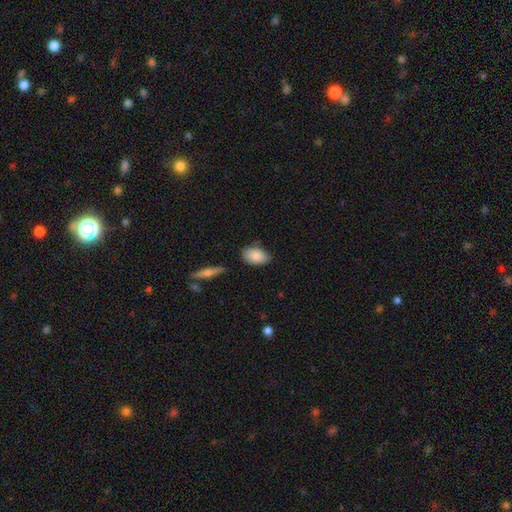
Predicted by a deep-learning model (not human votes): Q: Smooth or featured?
A: smooth (84%); runner-up: featured or disk (9%)
Q: How rounded?
A: in between (90%); runner-up: round (8%)
Q: Merging?
A: none (74%); runner-up: minor disturbance (20%)